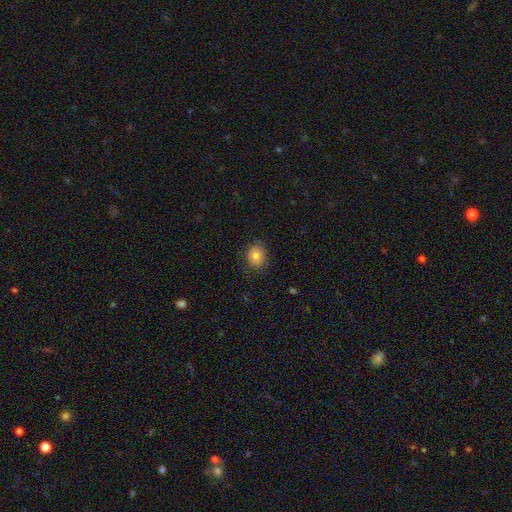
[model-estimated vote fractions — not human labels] Q: Smooth or featured?
A: smooth (81%); runner-up: star or artifact (10%)
Q: How rounded?
A: round (66%); runner-up: in between (33%)
Q: Merging?
A: none (82%); runner-up: minor disturbance (13%)